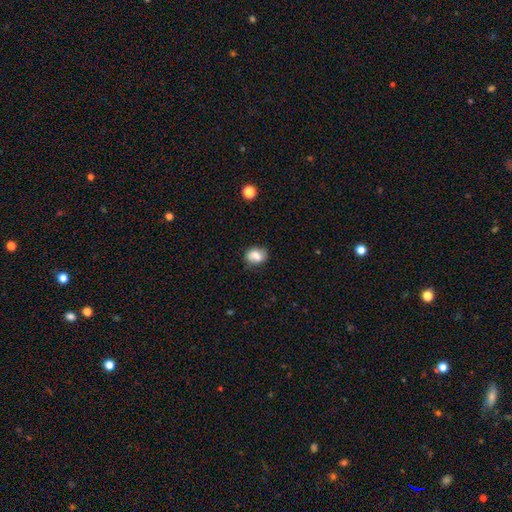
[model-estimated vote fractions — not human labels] A smooth galaxy with no disk features (71%) that is in between round and cigar-shaped (59%).

Vote fractions:
- Smooth or featured? smooth: 71% / featured or disk: 20% / star or artifact: 9%
- How rounded? in between: 59% / round: 40% / cigar-shaped: 1%
- Merging? none: 72% / minor disturbance: 20% / major disturbance: 4% / merger: 4%